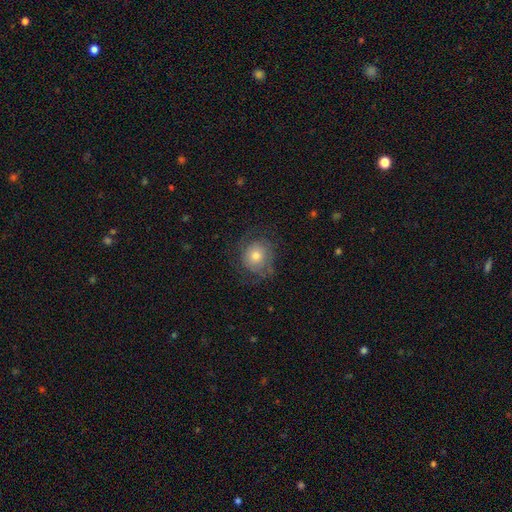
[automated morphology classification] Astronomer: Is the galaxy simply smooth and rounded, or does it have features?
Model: smooth — 51% (runner-up: featured or disk, 39%).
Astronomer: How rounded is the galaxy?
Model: round — 84%.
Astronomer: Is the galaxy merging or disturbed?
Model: none — 67%.